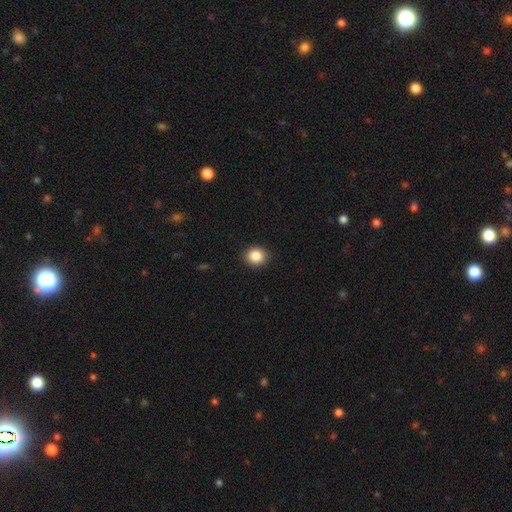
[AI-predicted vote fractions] Morphology: type=smooth (86%); roundness=round (78%); merging=none (91%).